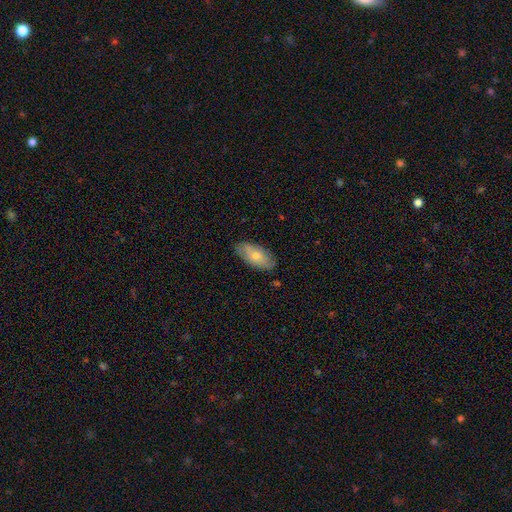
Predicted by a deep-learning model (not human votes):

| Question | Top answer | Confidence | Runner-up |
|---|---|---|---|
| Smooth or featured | smooth | 70% | featured or disk (24%) |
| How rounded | in between | 91% | cigar-shaped (6%) |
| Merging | none | 81% | minor disturbance (15%) |